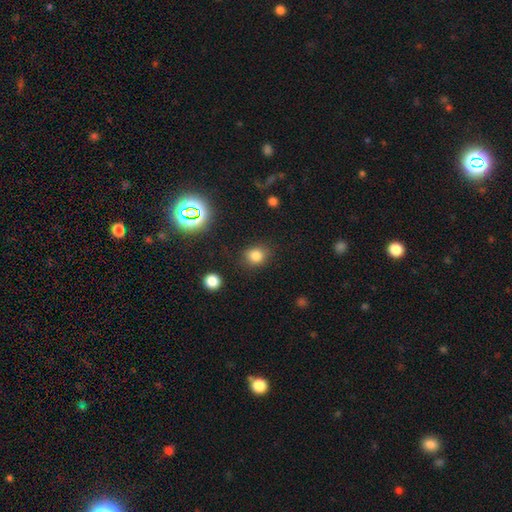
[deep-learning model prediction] The model was most divided on "how rounded": round: 71%, in between: 28%, cigar-shaped: 1%. More confident: merging — none (80%); smooth or featured — smooth (79%).